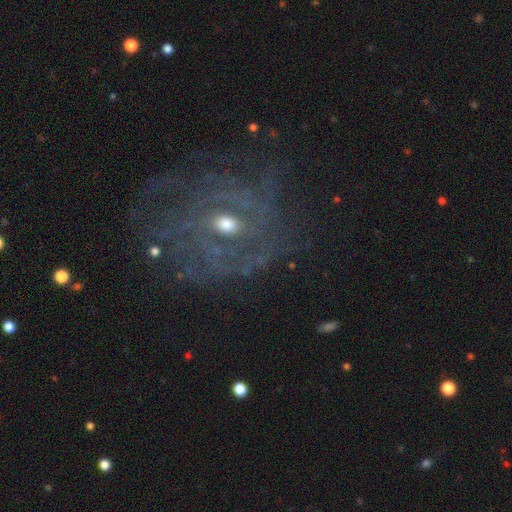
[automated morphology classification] featured or disk 75%, star or artifact 15%, smooth 10%. Down the decision tree: edge-on disk — no (96%); bar — no (52%); spiral arms — yes (81%); spiral arm count — can't tell (47%); spiral winding — tight (58%); bulge size — small (51%); merging — none (69%).